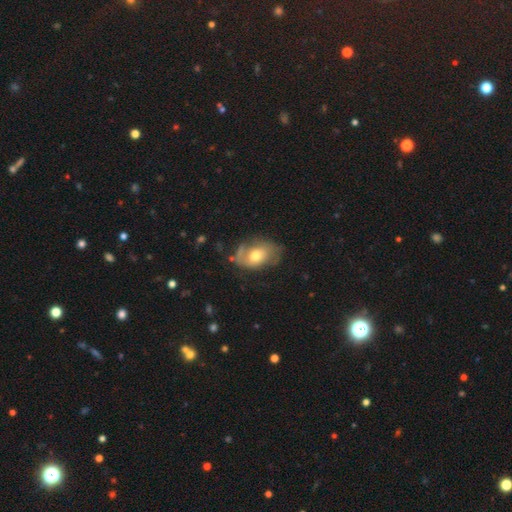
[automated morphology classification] Smooth or featured?
  - smooth: 49% *
  - featured or disk: 44%
  - star or artifact: 7%
Merging?
  - none: 53% *
  - minor disturbance: 29%
  - major disturbance: 15%
  - merger: 3%